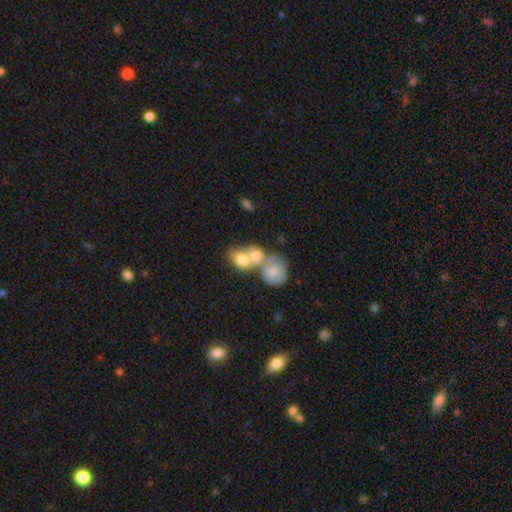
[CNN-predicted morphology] Overall: smooth (69%). How rounded: in between (52%; round 47%). Merging: merger (70%).